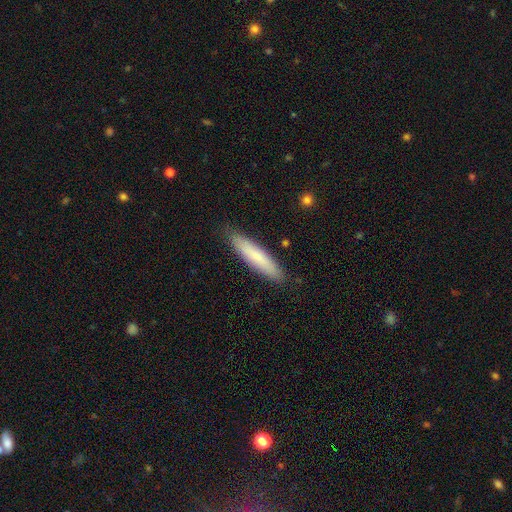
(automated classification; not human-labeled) Morphology: type=smooth (72%); roundness=cigar-shaped (86%); merging=none (87%).